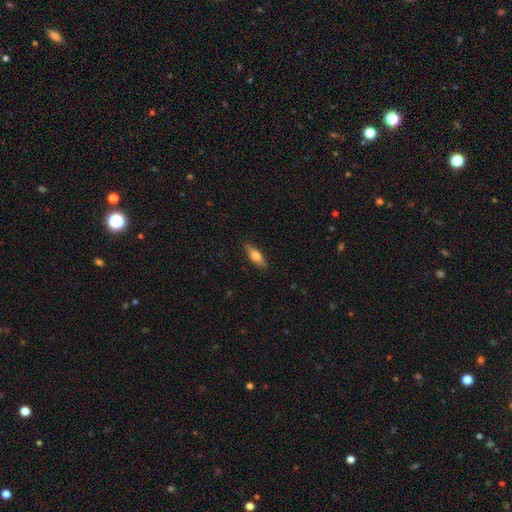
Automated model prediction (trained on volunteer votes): A smooth galaxy with no disk features (64%) that is cigar-shaped (49%, tied with in between). Merging: none (87%).